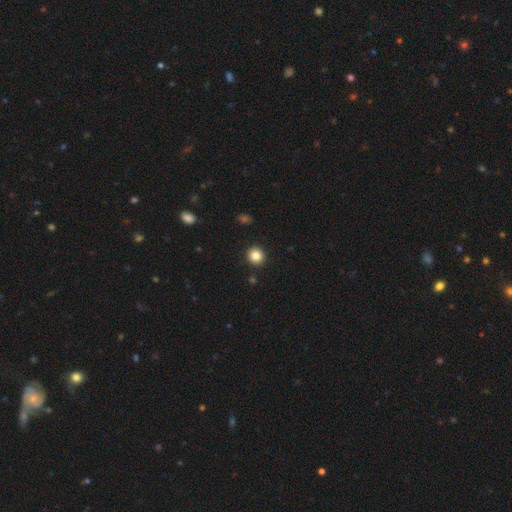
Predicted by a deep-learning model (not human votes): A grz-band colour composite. It shows a smooth galaxy with no disk features (85%) that is round (89%). Merging: none (92%).